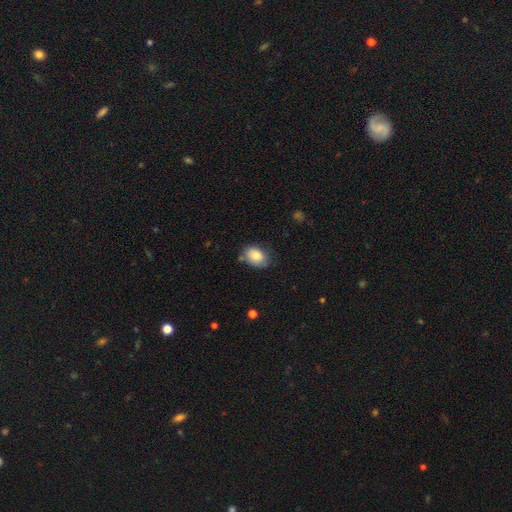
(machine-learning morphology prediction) This is clearly a smooth galaxy (81%). How rounded: clearly in between (82%). Merging: likely none (69%).